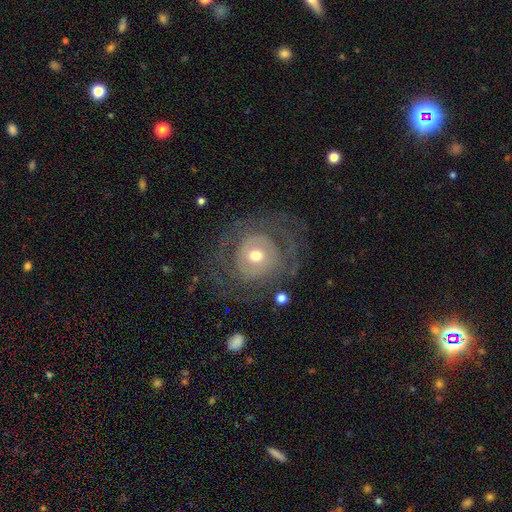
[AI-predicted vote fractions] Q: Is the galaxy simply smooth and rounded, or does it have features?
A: featured or disk — 75%.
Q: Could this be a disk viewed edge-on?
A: no — 97%.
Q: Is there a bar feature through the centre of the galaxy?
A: no — 78%.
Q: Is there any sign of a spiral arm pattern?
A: yes — 76%.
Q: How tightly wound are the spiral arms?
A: tight — 65%.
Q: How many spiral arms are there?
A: can't tell — 41%.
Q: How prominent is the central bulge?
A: moderate — 62%.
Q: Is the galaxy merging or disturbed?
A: none — 69%.